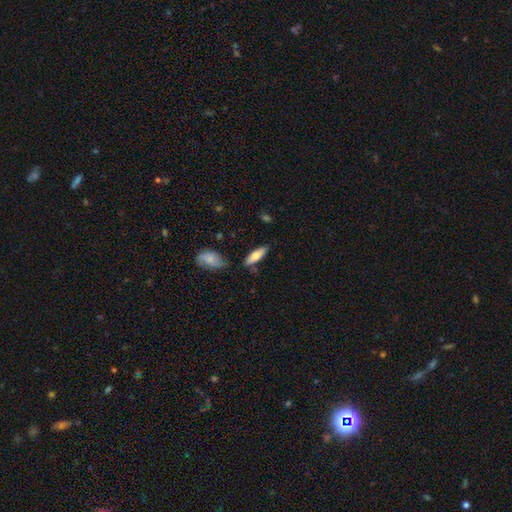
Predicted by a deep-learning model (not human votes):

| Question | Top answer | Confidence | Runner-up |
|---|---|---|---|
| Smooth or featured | smooth | 66% | featured or disk (28%) |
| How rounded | cigar-shaped | 49% | tied: in between (49%) |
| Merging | none | 77% | minor disturbance (15%) |